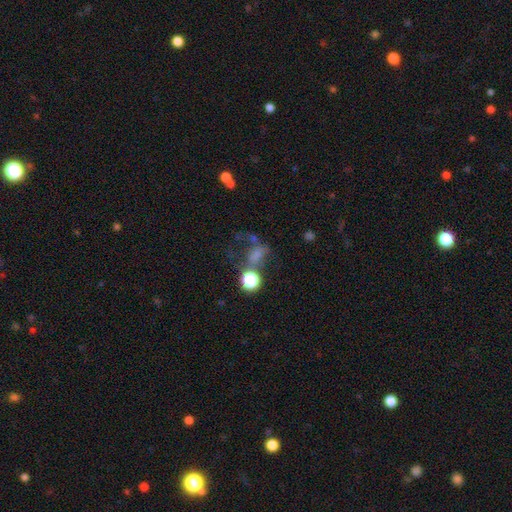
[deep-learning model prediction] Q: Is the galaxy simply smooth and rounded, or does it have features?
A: smooth — 54%.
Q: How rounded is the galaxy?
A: in between — 56%.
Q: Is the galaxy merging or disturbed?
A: none — 36%.